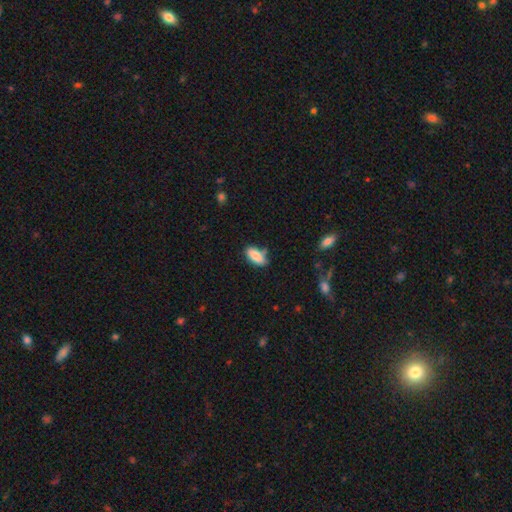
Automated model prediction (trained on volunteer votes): This appears to be a smooth galaxy with no disk features (84%) that is in between round and cigar-shaped (88%). Merging: none (67%).